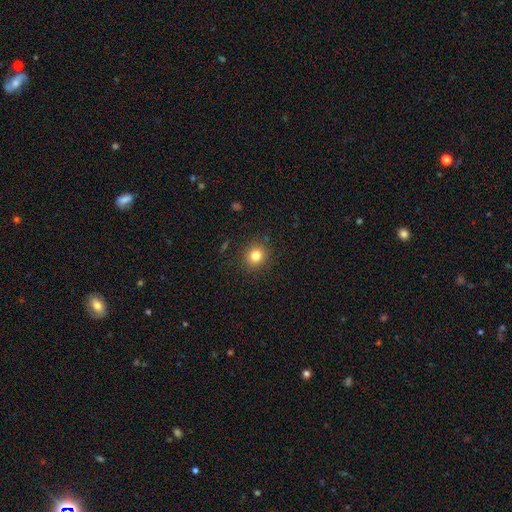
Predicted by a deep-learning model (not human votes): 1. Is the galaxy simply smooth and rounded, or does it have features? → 80% smooth, 12% star or artifact, 7% featured or disk.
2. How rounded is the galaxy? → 85% round, 14% in between, 1% cigar-shaped.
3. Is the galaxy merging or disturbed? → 89% none, 7% minor disturbance, 3% major disturbance, 1% merger.